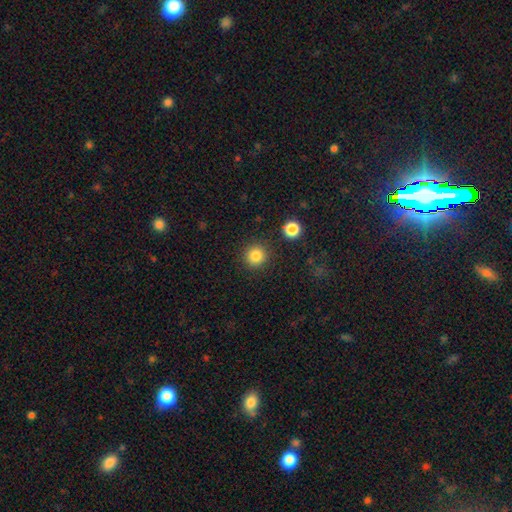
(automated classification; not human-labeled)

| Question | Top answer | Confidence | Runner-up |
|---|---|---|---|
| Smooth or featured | smooth | 84% | star or artifact (11%) |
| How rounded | round | 95% | in between (5%) |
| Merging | none | 90% | minor disturbance (6%) |